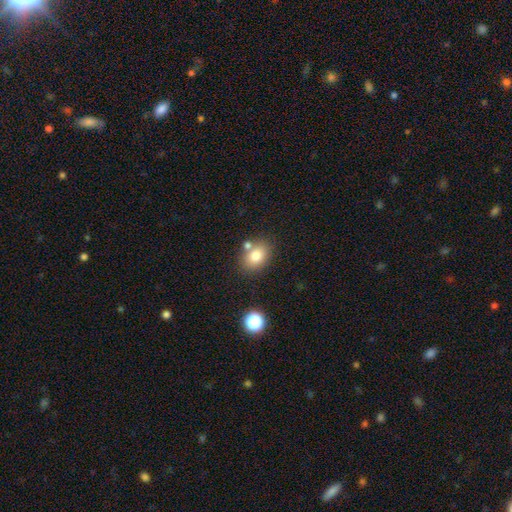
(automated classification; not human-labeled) smooth 78%, star or artifact 11%, featured or disk 11%. Down the decision tree: how rounded — in between (66%); merging — none (69%).